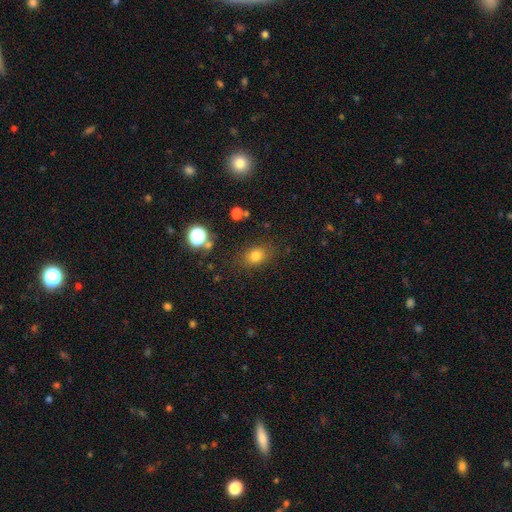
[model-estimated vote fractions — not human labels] Morphology: type=smooth (77%); roundness=in between (53%); merging=none (81%).